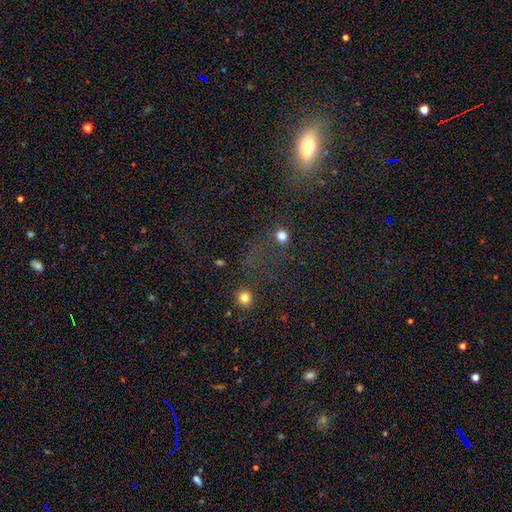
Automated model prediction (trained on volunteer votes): Overall: smooth (44%; star or artifact 42%). Merging: none (60%).